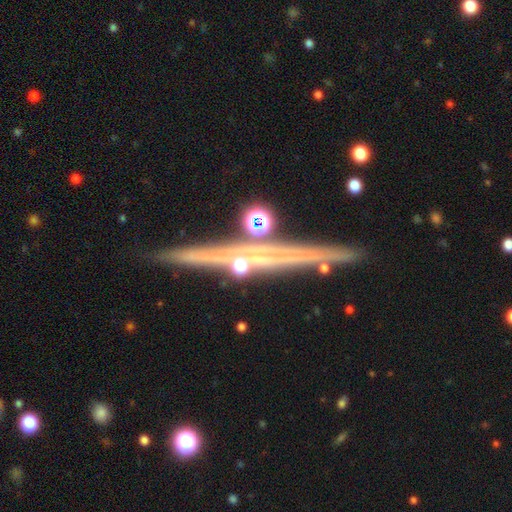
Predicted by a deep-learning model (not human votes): smooth_or_featured: featured or disk (p=0.75) [alt: smooth p=0.15]
disk_edge_on: yes (p=0.97) [alt: no p=0.03]
edge_on_bulge: rounded (p=0.49) [alt: none p=0.46]
merging: none (p=0.83) [alt: minor disturbance p=0.09]